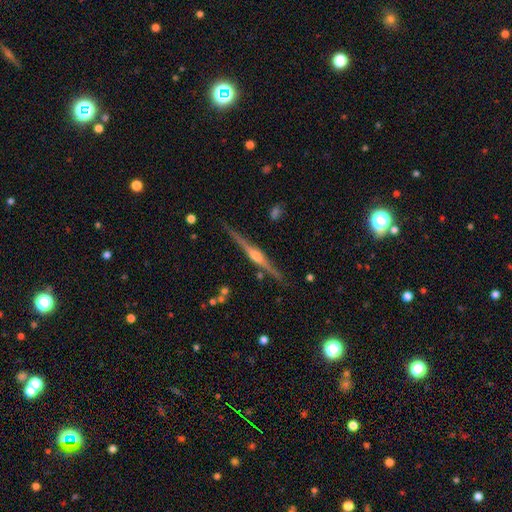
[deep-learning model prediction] smooth_or_featured: featured or disk (p=0.85) [alt: smooth p=0.09]
disk_edge_on: yes (p=0.98) [alt: no p=0.02]
edge_on_bulge: rounded (p=0.85) [alt: boxy p=0.10]
merging: none (p=0.87) [alt: minor disturbance p=0.09]